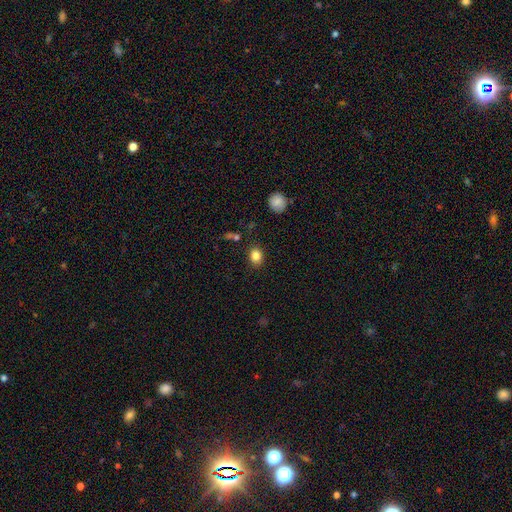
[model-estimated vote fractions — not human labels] Overall: smooth (84%). How rounded: round (53%; in between 46%). Merging: none (86%).